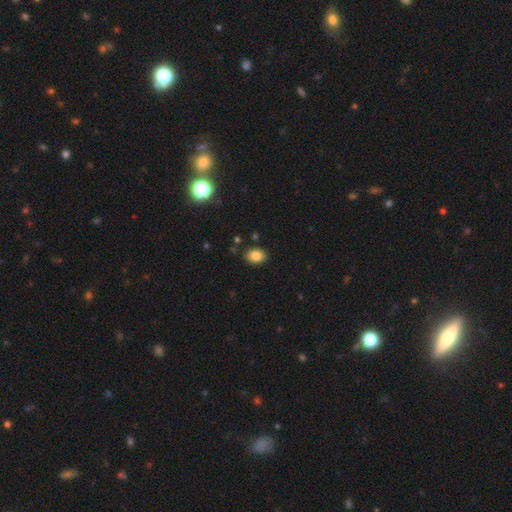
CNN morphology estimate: Smooth or featured? smooth (84%)
How rounded? in between (74%)
Merging? none (87%)